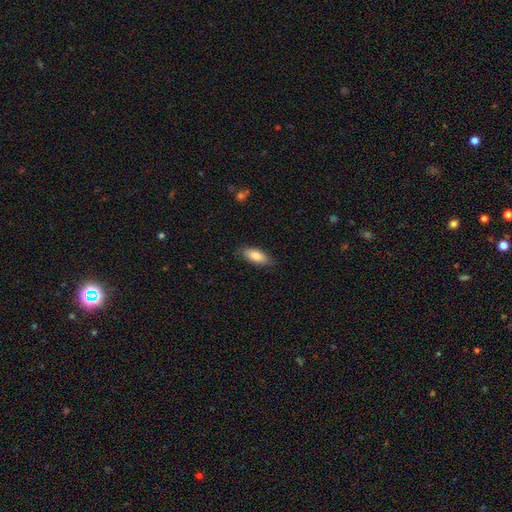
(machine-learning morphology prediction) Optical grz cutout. It shows a smooth galaxy with no disk features (80%) that is in between round and cigar-shaped (81%). Merging: none (79%).